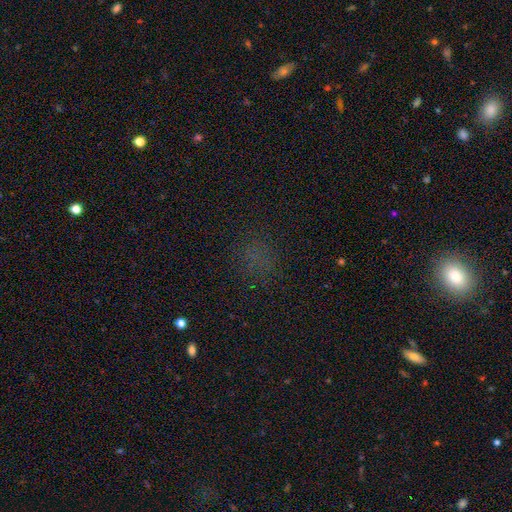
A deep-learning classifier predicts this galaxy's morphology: Smooth or featured? Predicted: smooth (p=0.52). How rounded? Predicted: round (p=0.74). Merging? Predicted: none (p=0.79).